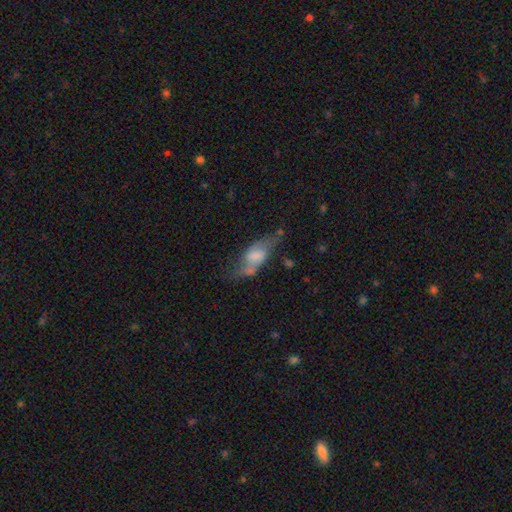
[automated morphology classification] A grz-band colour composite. It shows a featured or disk galaxy (47%). Merging: none (42%).